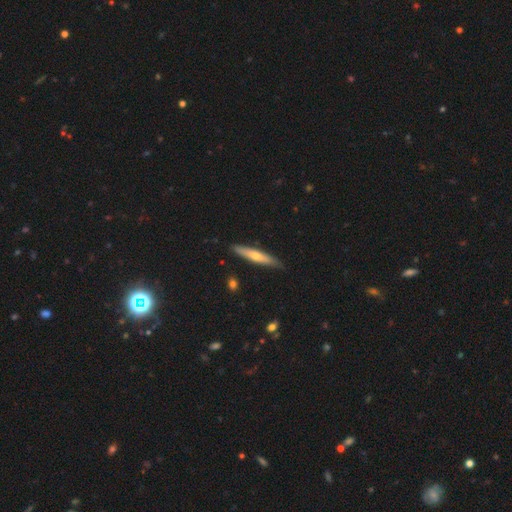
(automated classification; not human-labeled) smooth-or-featured: featured or disk: 49% | smooth: 45% | star or artifact: 6%
  merging: none: 88% | minor disturbance: 9% | major disturbance: 1% | merger: 1%